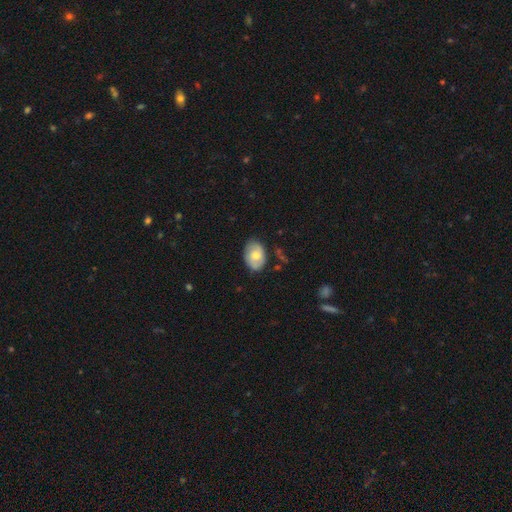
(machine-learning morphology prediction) Smooth or featured: smooth — 67% (featured or disk — 26%)
How rounded: in between — 82% (round — 16%)
Merging: none — 75% (minor disturbance — 20%)